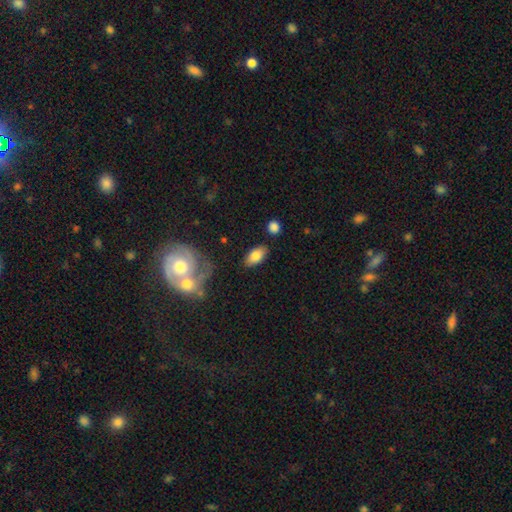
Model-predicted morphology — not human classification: smooth_or_featured: smooth (p=0.81) [alt: featured or disk p=0.13]
how_rounded: in between (p=0.92) [alt: cigar-shaped p=0.04]
merging: none (p=0.80) [alt: minor disturbance p=0.12]